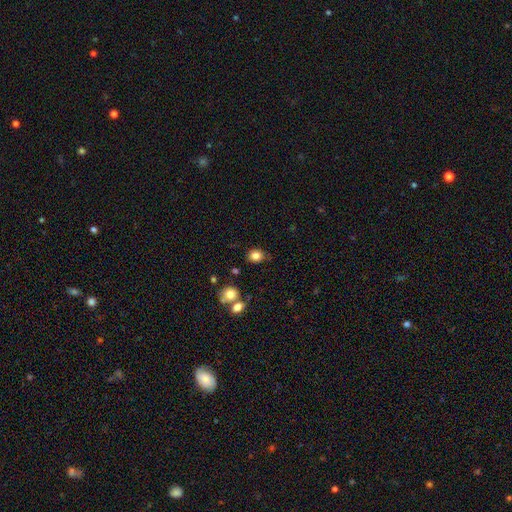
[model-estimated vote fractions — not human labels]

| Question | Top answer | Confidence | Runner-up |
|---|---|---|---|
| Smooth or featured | smooth | 83% | star or artifact (11%) |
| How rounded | round | 71% | in between (28%) |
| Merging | none | 78% | minor disturbance (15%) |